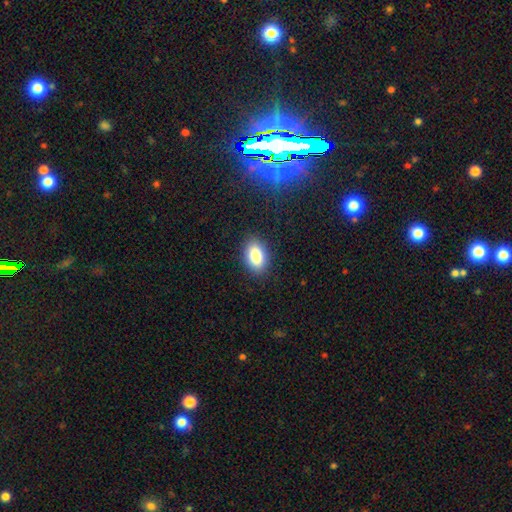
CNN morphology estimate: type=smooth (84%); roundness=in between (89%); merging=none (87%).